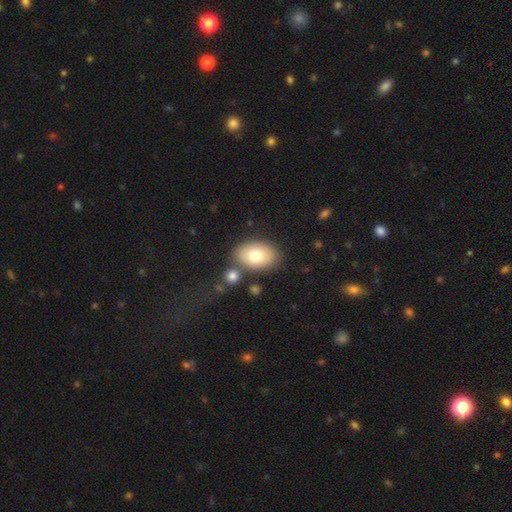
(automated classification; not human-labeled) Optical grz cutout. It shows a smooth galaxy with no disk features (75%) that is in between round and cigar-shaped (86%). Merging: none (75%).